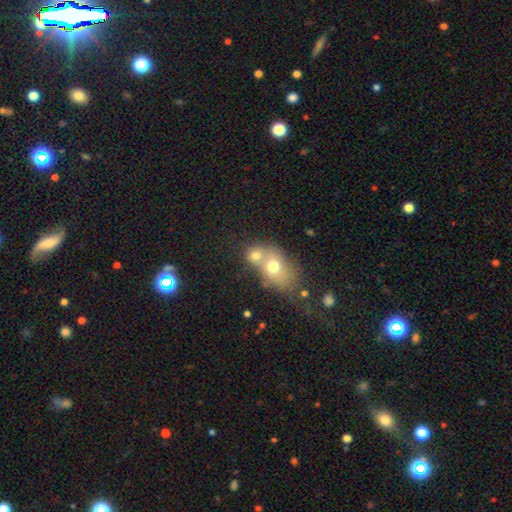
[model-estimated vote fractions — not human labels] smooth_or_featured: smooth (p=0.67) [alt: featured or disk p=0.21]
how_rounded: in between (p=0.50) [alt: round p=0.48]
merging: merger (p=0.60) [alt: none p=0.27]